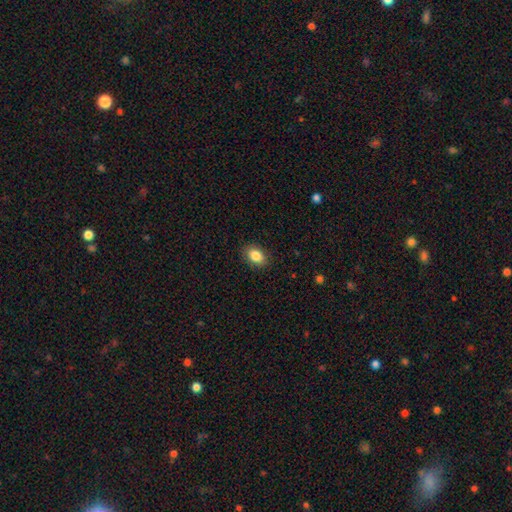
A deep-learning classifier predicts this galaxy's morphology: The model was most divided on "how rounded": in between: 82%, round: 17%, cigar-shaped: 1%. More confident: merging — none (88%); smooth or featured — smooth (86%).